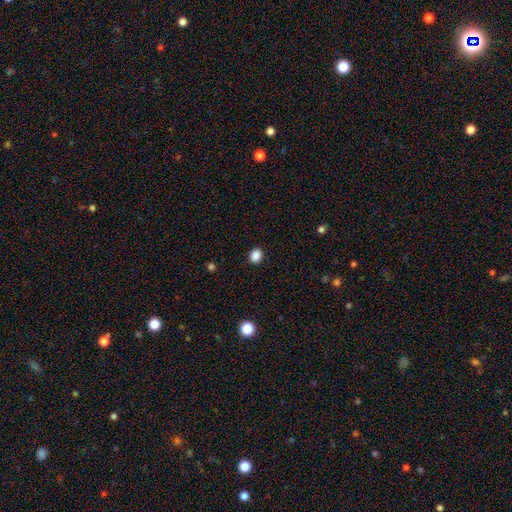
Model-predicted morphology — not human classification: Smooth or featured?
  - smooth: 87% *
  - star or artifact: 10%
  - featured or disk: 3%
How rounded?
  - round: 57% *
  - in between: 42%
  - cigar-shaped: 1%
Merging?
  - none: 90% *
  - minor disturbance: 7%
  - major disturbance: 2%
  - merger: 1%